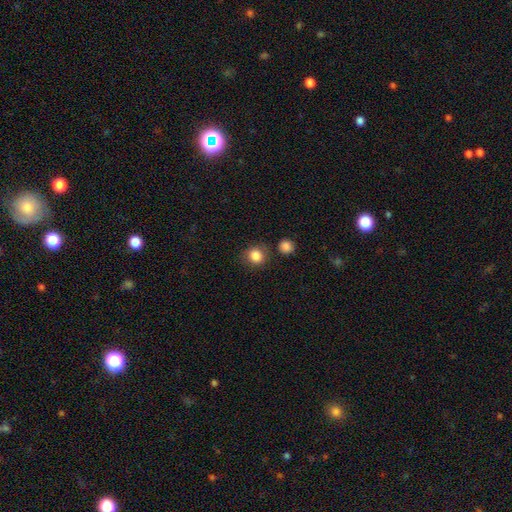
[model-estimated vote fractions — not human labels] smooth 85%, star or artifact 10%, featured or disk 5%. Down the decision tree: how rounded — round (86%); merging — none (78%).